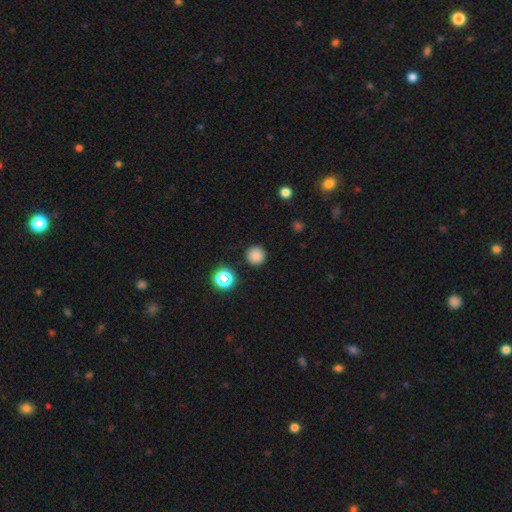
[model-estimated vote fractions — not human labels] A smooth galaxy with no disk features (82%) that is round (95%).

Vote fractions:
- Smooth or featured? smooth: 82% / star or artifact: 14% / featured or disk: 4%
- How rounded? round: 95% / in between: 4% / cigar-shaped: 1%
- Merging? none: 90% / minor disturbance: 6% / major disturbance: 2% / merger: 2%